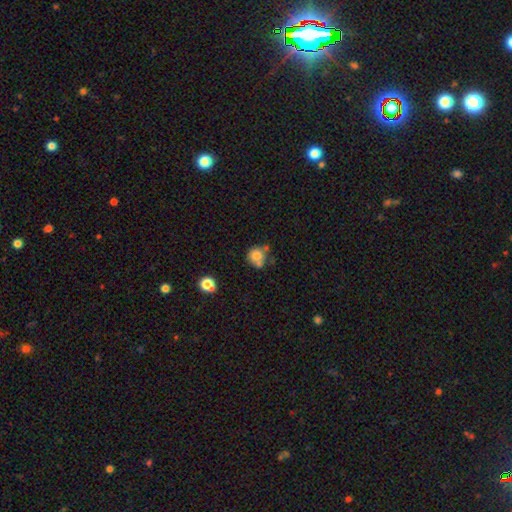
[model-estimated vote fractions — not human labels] smooth_or_featured: smooth (p=0.75) [alt: featured or disk p=0.14]
how_rounded: round (p=0.85) [alt: in between p=0.14]
merging: none (p=0.50) [alt: merger p=0.25]